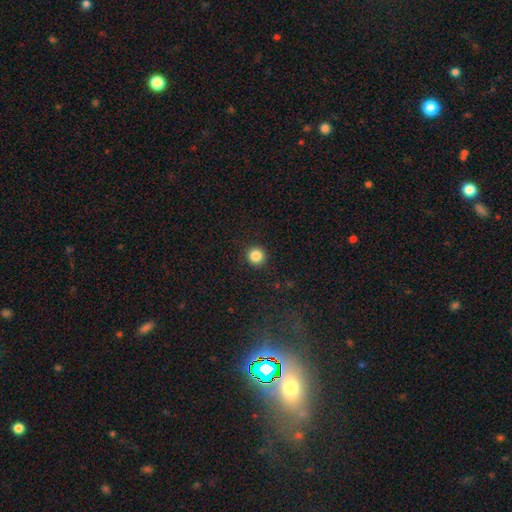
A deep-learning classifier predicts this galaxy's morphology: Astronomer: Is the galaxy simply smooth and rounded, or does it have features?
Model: smooth — 86%.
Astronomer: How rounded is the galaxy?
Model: round — 95%.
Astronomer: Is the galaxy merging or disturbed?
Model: none — 92%.